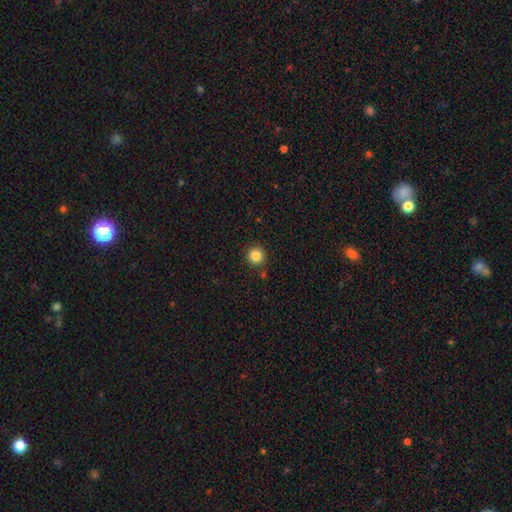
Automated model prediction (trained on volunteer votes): smooth 85%, star or artifact 11%, featured or disk 4%. Down the decision tree: how rounded — round (95%); merging — none (88%).